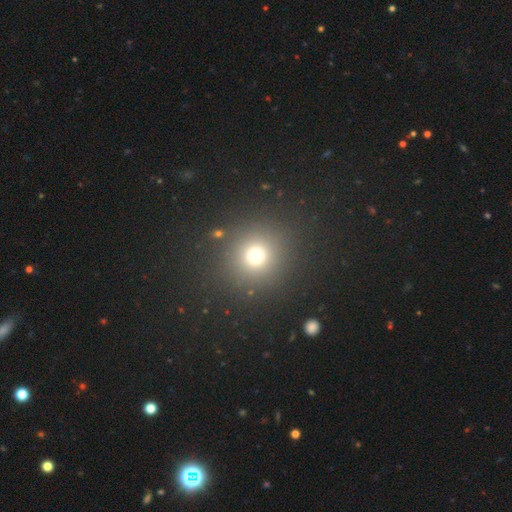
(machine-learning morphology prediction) This appears to be a smooth galaxy with no disk features (70%) that is round (93%). Merging: none (86%).